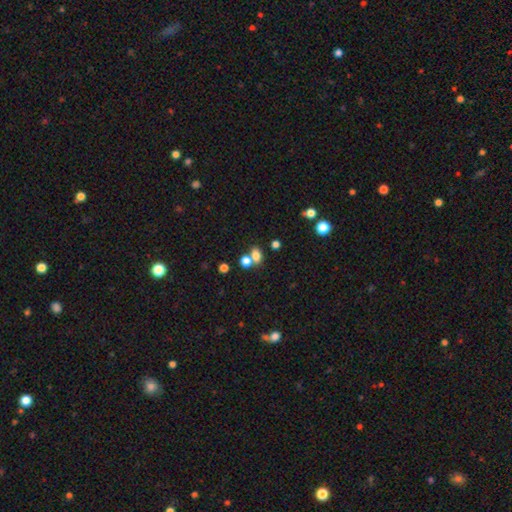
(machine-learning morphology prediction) The model was most divided on "merging": none: 48%, merger: 39%, minor disturbance: 9%, major disturbance: 4%. More confident: smooth or featured — smooth (76%); how rounded — in between (72%).